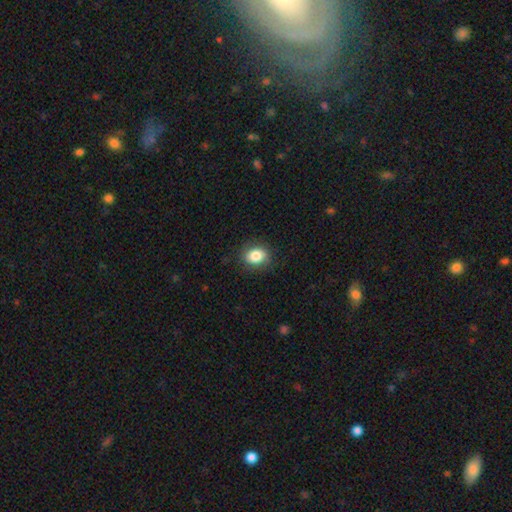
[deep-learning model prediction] The model was most divided on "how rounded": in between: 53%, round: 46%, cigar-shaped: 1%. More confident: merging — none (83%); smooth or featured — smooth (83%).